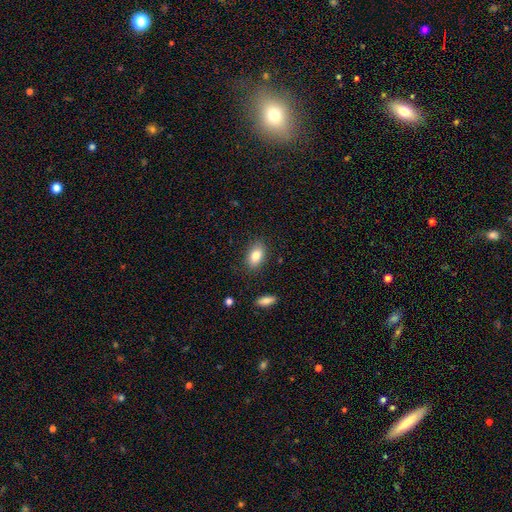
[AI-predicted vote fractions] Smooth or featured? Predicted: smooth (p=0.82). How rounded? Predicted: in between (p=0.89). Merging? Predicted: none (p=0.85).